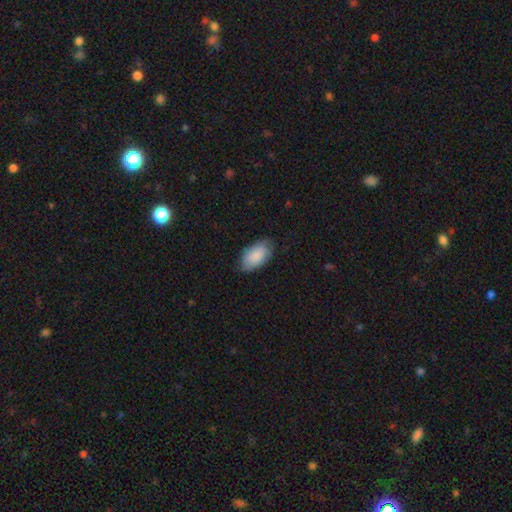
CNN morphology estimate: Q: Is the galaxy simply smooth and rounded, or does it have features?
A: smooth — 87%.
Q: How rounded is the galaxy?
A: in between — 95%.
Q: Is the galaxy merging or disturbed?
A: none — 75%.